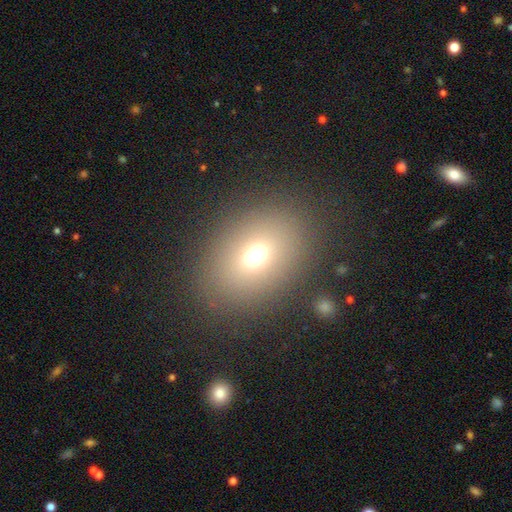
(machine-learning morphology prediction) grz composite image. It shows a smooth galaxy with no disk features (70%) that is in between round and cigar-shaped (66%). Merging: none (83%).